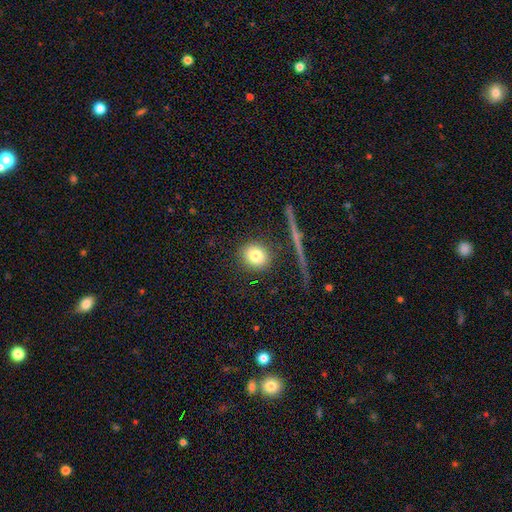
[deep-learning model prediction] smooth_or_featured: smooth (p=0.78) [alt: star or artifact p=0.11]
how_rounded: round (p=0.84) [alt: in between p=0.14]
merging: none (p=0.87) [alt: minor disturbance p=0.08]